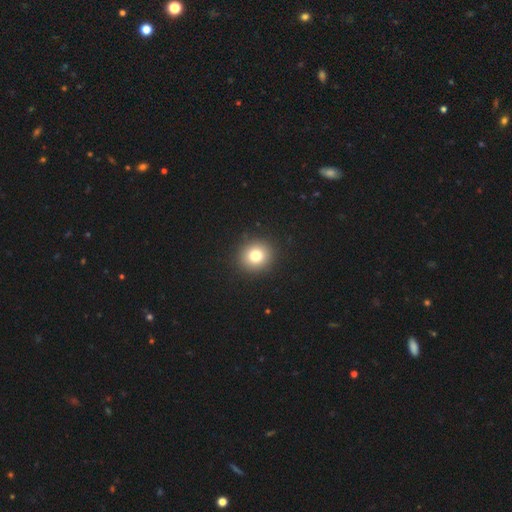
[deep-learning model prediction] A smooth galaxy with no disk features (80%) that is round (88%).

Vote fractions:
- Smooth or featured? smooth: 80% / star or artifact: 12% / featured or disk: 8%
- How rounded? round: 88% / in between: 11% / cigar-shaped: 1%
- Merging? none: 92% / minor disturbance: 5% / major disturbance: 2% / merger: 1%